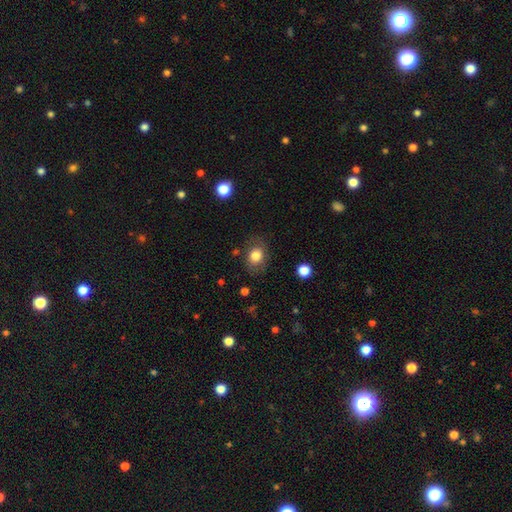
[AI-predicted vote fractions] Q: Smooth or featured?
A: smooth (79%); runner-up: featured or disk (12%)
Q: How rounded?
A: in between (60%); runner-up: round (39%)
Q: Merging?
A: none (76%); runner-up: minor disturbance (16%)